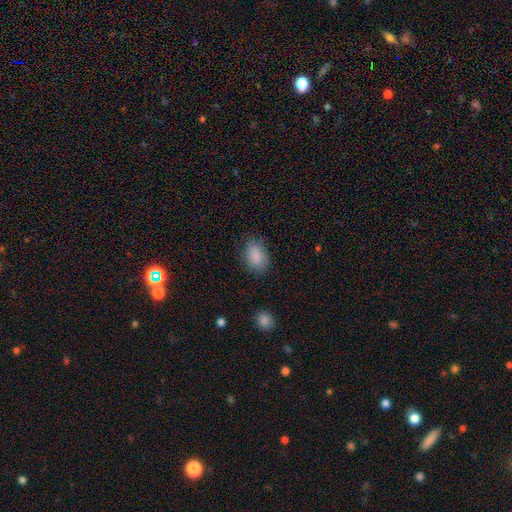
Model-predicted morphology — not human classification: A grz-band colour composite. It shows a smooth galaxy with no disk features (87%) that is in between round and cigar-shaped (78%). Merging: none (80%).